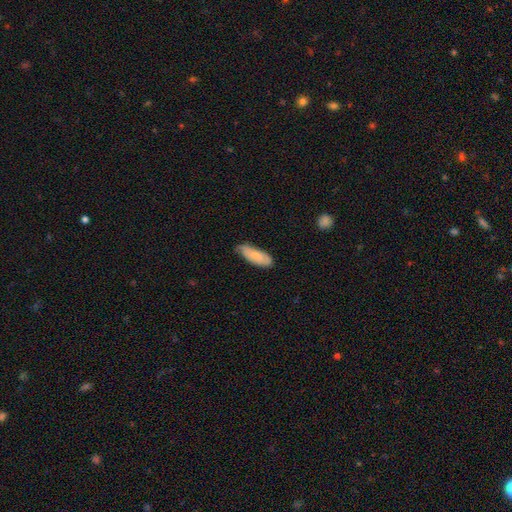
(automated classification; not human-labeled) This is likely a smooth galaxy (77%). How rounded: likely in between (68%). Merging: likely none (63%).